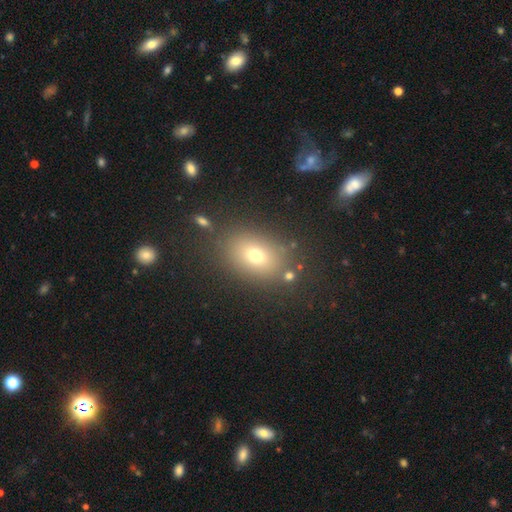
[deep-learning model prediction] smooth_or_featured: smooth (p=0.71) [alt: star or artifact p=0.16]
how_rounded: in between (p=0.65) [alt: round p=0.33]
merging: none (p=0.82) [alt: minor disturbance p=0.10]